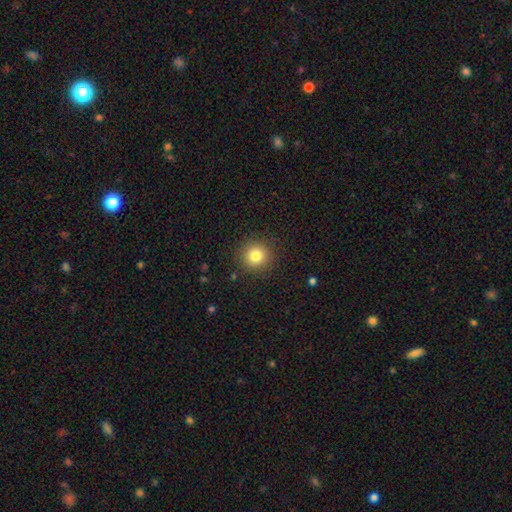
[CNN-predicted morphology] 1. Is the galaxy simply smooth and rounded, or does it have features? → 81% smooth, 11% star or artifact, 7% featured or disk.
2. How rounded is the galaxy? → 93% round, 6% in between, 1% cigar-shaped.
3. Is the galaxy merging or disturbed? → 90% none, 7% minor disturbance, 2% major disturbance, 1% merger.